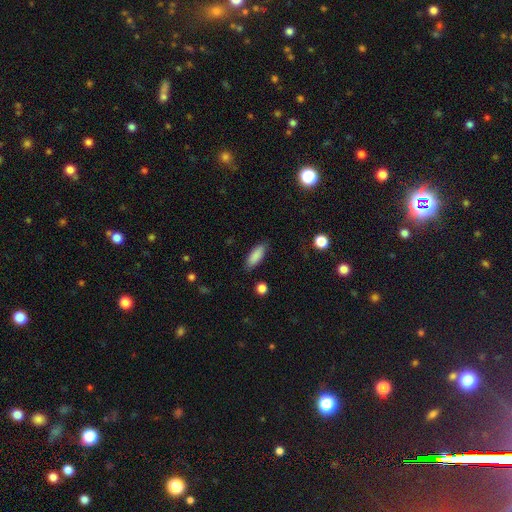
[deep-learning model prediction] Smooth or featured: smooth — 88% (star or artifact — 7%)
How rounded: in between — 71% (cigar-shaped — 27%)
Merging: none — 85% (minor disturbance — 11%)